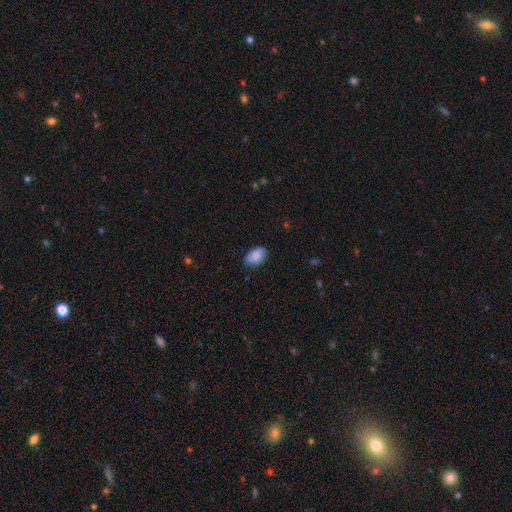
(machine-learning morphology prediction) A smooth galaxy with no disk features (88%) that is in between round and cigar-shaped (91%). Merging: none (79%).